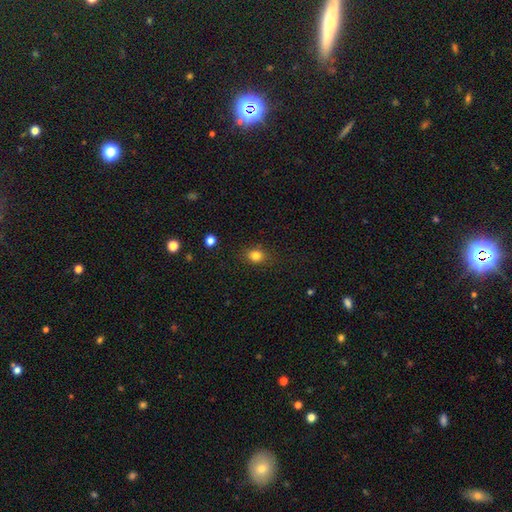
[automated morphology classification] This appears to be a smooth galaxy with no disk features (82%) that is round (59%). Merging: none (83%).